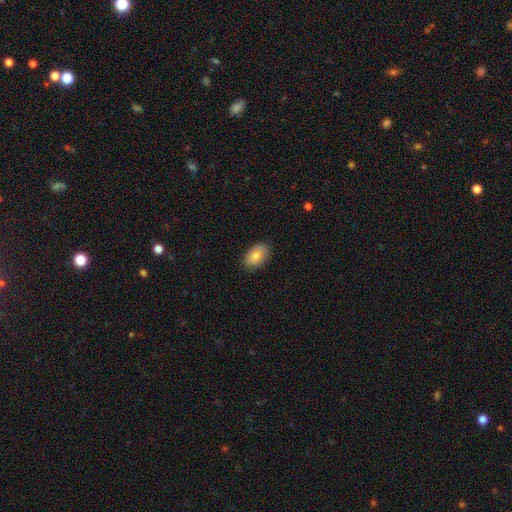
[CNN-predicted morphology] Overall: smooth (81%). How rounded: in between (90%). Merging: none (87%).